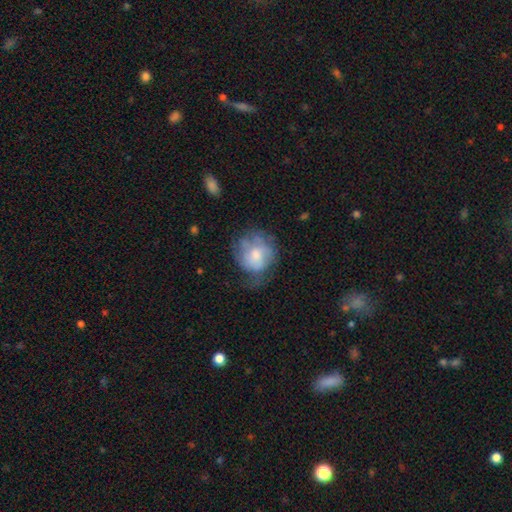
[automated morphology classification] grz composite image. It shows a smooth galaxy with no disk features (51%) that is round (73%). Merging: none (41%).